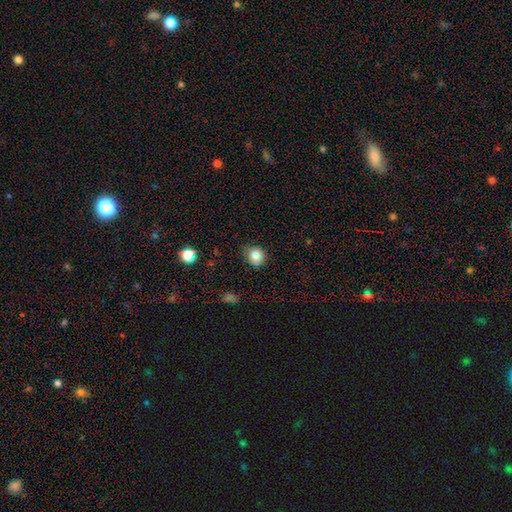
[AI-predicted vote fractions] Q: Smooth or featured?
A: smooth (83%); runner-up: star or artifact (10%)
Q: How rounded?
A: round (77%); runner-up: in between (22%)
Q: Merging?
A: none (76%); runner-up: minor disturbance (19%)